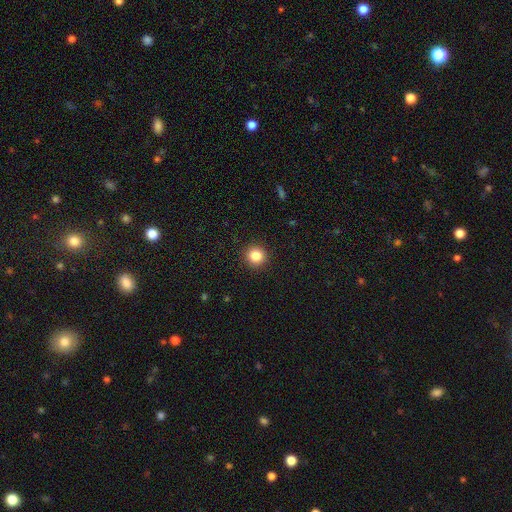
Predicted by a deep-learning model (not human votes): Smooth or featured: smooth — 84% (star or artifact — 11%)
How rounded: round — 94% (in between — 5%)
Merging: none — 92% (minor disturbance — 5%)